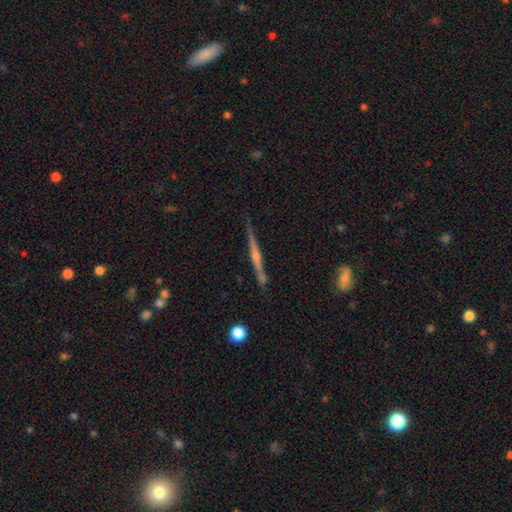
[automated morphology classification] This appears to be a featured or disk galaxy (77%) viewed edge-on (98%) with a rounded central bulge (68%). Merging: none (85%).